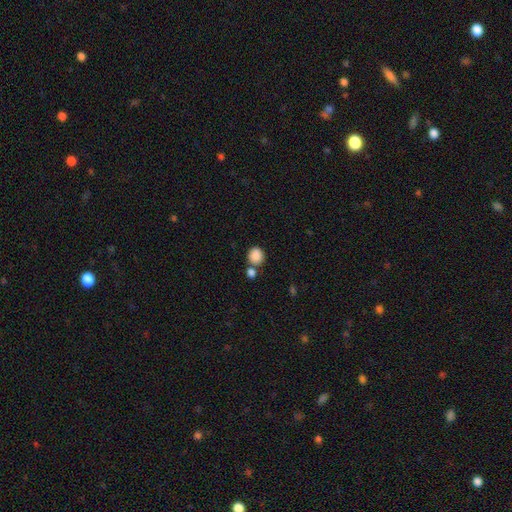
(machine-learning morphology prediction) This appears to be a smooth galaxy with no disk features (87%) that is round (83%). Merging: none (62%).